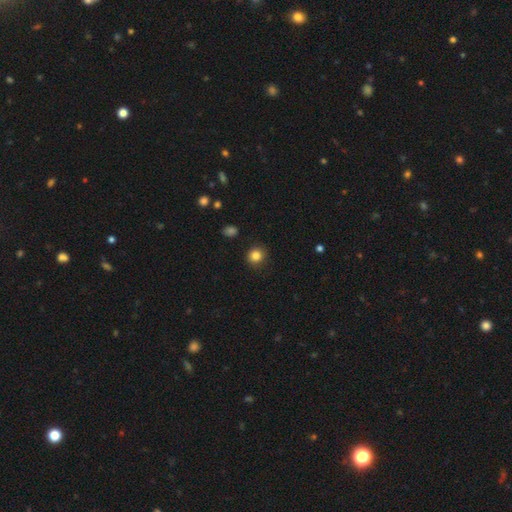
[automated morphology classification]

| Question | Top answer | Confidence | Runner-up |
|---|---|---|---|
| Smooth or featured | smooth | 85% | star or artifact (11%) |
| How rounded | round | 91% | in between (8%) |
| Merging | none | 90% | minor disturbance (7%) |